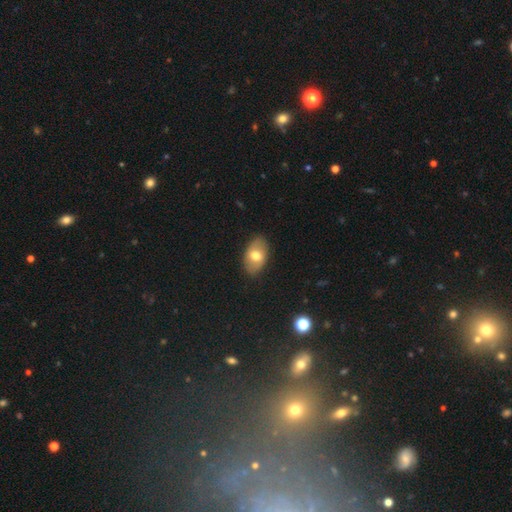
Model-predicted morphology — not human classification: Smooth or featured? Predicted: smooth (p=0.66). How rounded? Predicted: in between (p=0.89). Merging? Predicted: none (p=0.85).